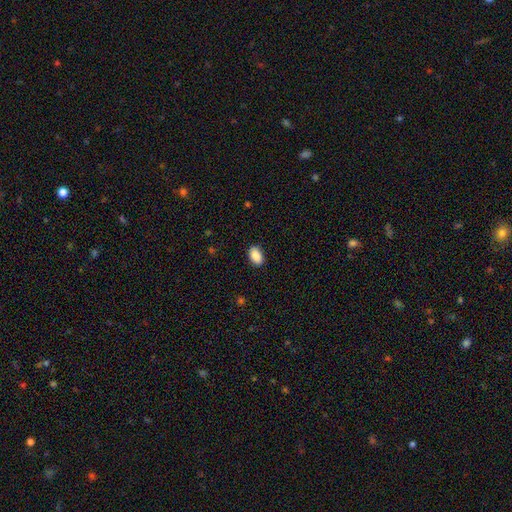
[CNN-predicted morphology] Overall: smooth (90%). How rounded: in between (92%). Merging: none (88%).